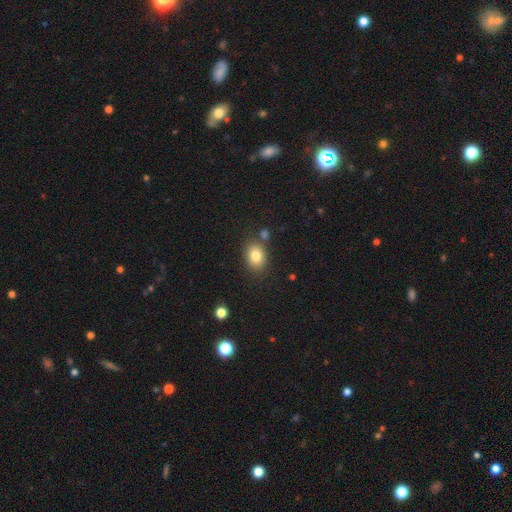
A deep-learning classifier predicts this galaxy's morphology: This appears to be a smooth galaxy with no disk features (82%) that is in between round and cigar-shaped (65%). Merging: none (76%).